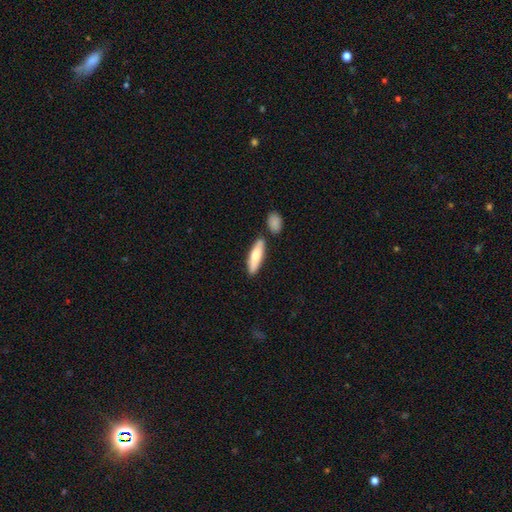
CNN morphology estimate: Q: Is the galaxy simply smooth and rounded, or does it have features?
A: smooth — 71%.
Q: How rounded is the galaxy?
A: cigar-shaped — 63%.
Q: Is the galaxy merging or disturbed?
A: none — 77%.